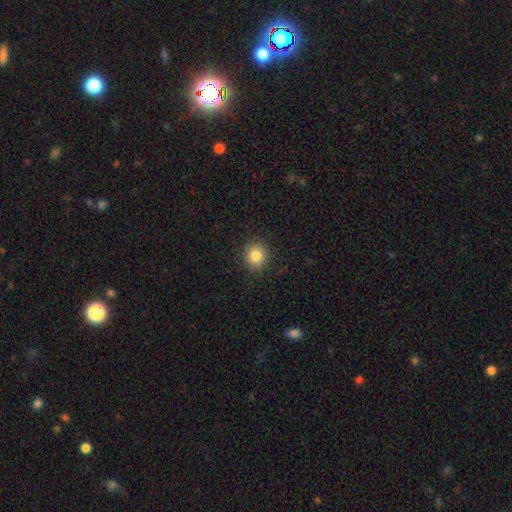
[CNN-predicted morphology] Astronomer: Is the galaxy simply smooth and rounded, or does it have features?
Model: smooth — 84%.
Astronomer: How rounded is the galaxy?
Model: round — 88%.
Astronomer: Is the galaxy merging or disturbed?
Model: none — 90%.